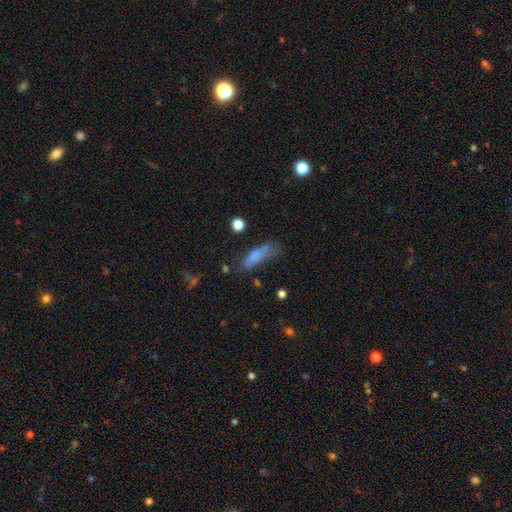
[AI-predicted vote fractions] This appears to be a smooth galaxy with no disk features (70%) that is cigar-shaped (53%). Merging: none (39%).